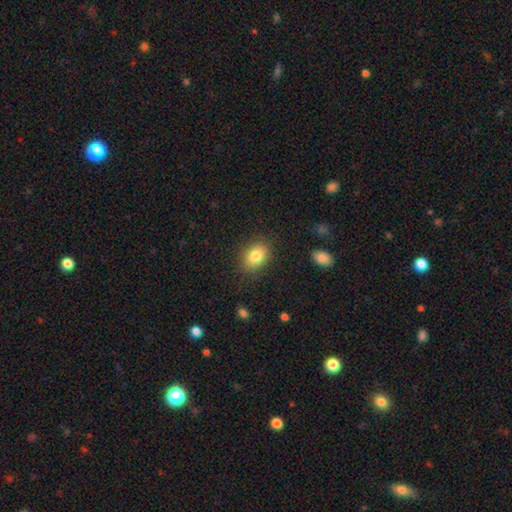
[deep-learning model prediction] Smooth or featured: smooth — 82% (star or artifact — 9%)
How rounded: in between — 72% (round — 27%)
Merging: none — 85% (minor disturbance — 11%)